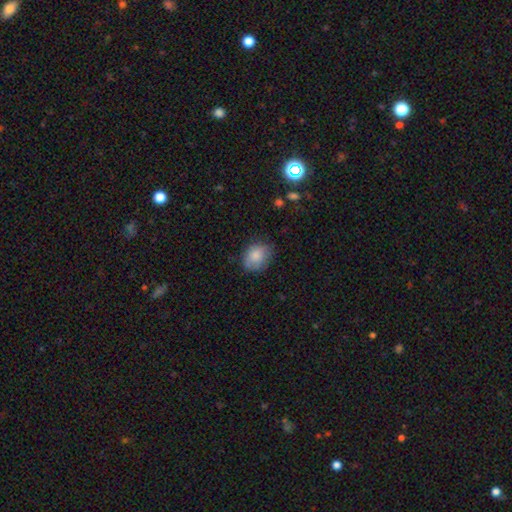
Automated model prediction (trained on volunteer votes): Smooth or featured? Predicted: smooth (p=0.81). How rounded? Predicted: in between (p=0.56). Merging? Predicted: none (p=0.69).